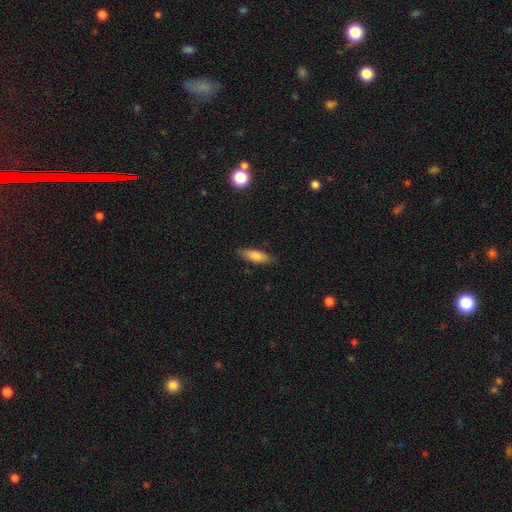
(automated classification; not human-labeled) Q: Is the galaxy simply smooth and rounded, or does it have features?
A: smooth — 81%.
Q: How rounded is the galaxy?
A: in between — 54%.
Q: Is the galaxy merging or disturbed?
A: none — 86%.